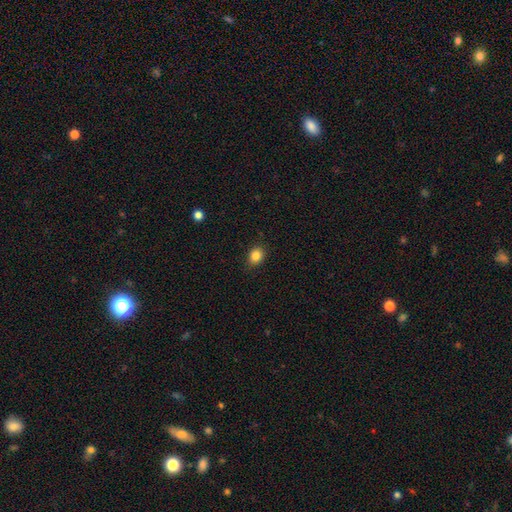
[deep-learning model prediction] Smooth or featured? Predicted: smooth (p=0.84). How rounded? Predicted: round (p=0.52). Merging? Predicted: none (p=0.87).